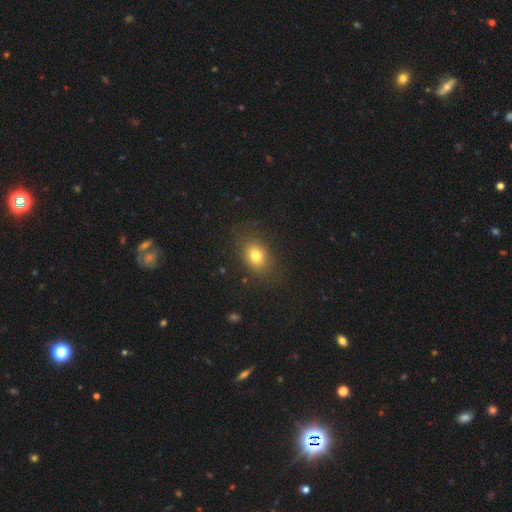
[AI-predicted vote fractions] The model was most divided on "how rounded": in between: 63%, round: 35%, cigar-shaped: 1%. More confident: merging — none (80%); smooth or featured — smooth (78%).